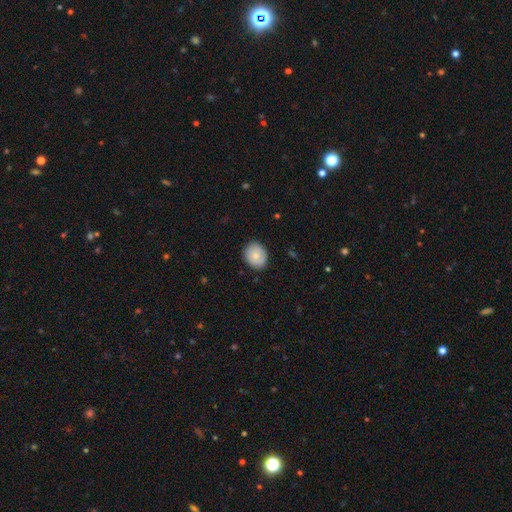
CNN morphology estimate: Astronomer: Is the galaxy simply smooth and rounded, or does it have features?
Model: smooth — 79%.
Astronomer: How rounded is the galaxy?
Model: round — 61% (runner-up: in between, 39%).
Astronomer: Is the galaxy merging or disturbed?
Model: none — 85%.